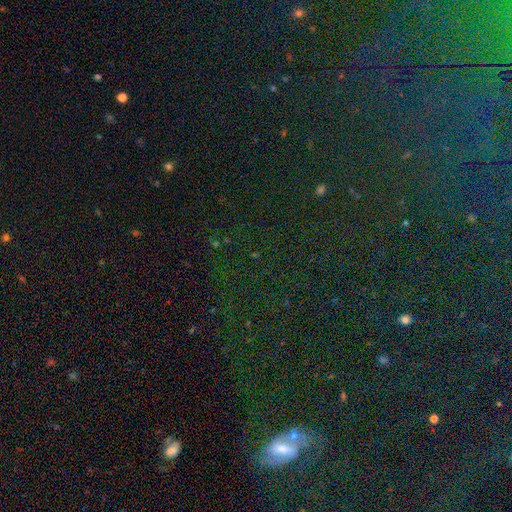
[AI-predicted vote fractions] smooth-or-featured: star or artifact: 72% | smooth: 16% | featured or disk: 12%